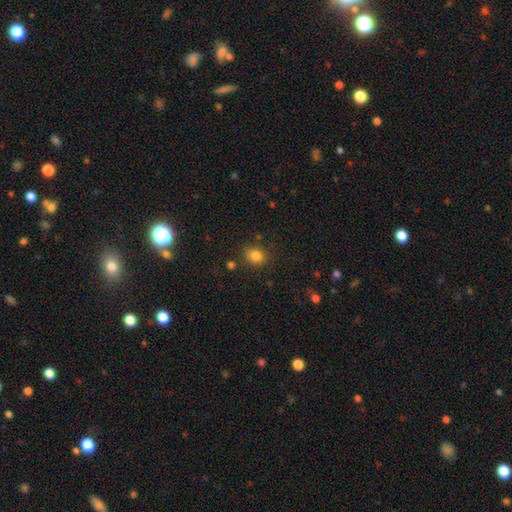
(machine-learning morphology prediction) Smooth or featured? smooth (82%)
How rounded? round (58%)
Merging? none (74%)